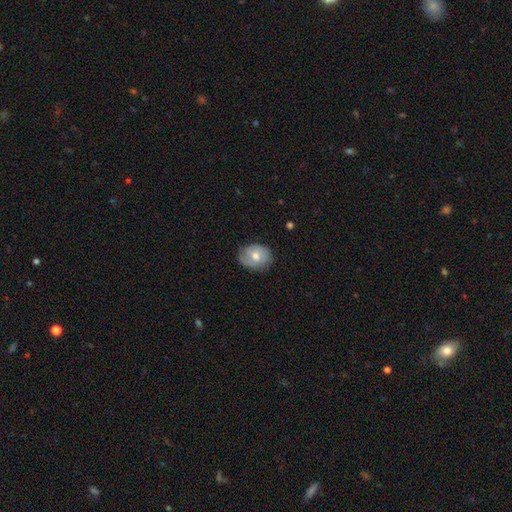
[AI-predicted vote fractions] Overall: featured or disk (51%; smooth 42%). Edge-on disk: no (96%). Merging: none (74%).